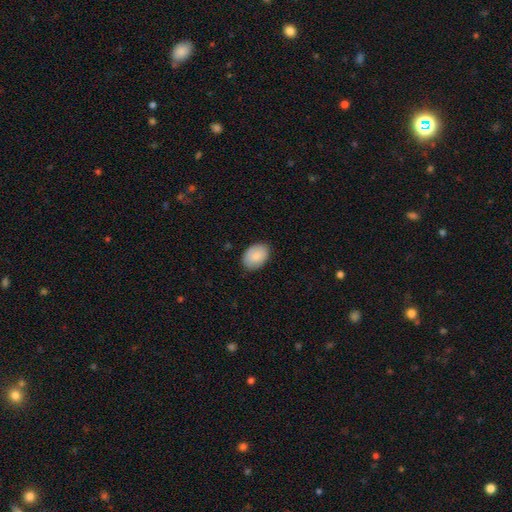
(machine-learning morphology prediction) This is clearly a smooth galaxy (85%). How rounded: clearly in between (82%). Merging: clearly none (83%).